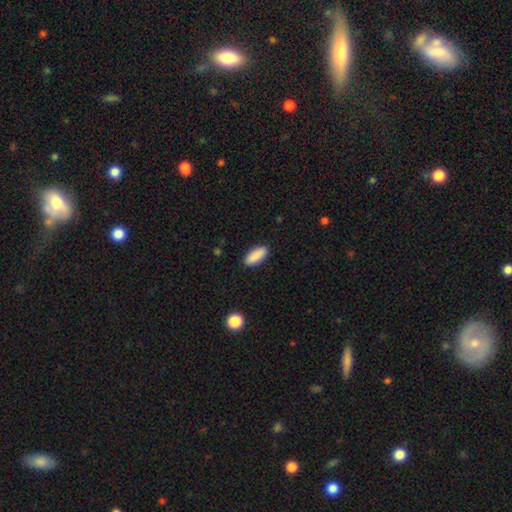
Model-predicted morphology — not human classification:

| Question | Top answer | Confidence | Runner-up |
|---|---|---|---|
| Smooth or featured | smooth | 89% | star or artifact (6%) |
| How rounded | in between | 75% | cigar-shaped (23%) |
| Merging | none | 89% | minor disturbance (8%) |